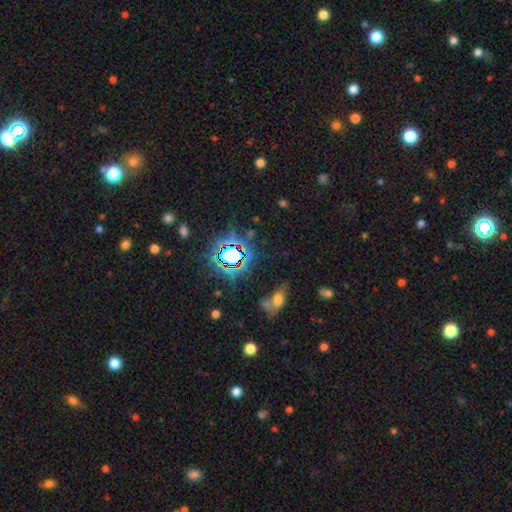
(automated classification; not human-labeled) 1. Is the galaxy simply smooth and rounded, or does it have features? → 72% star or artifact, 17% smooth, 10% featured or disk.